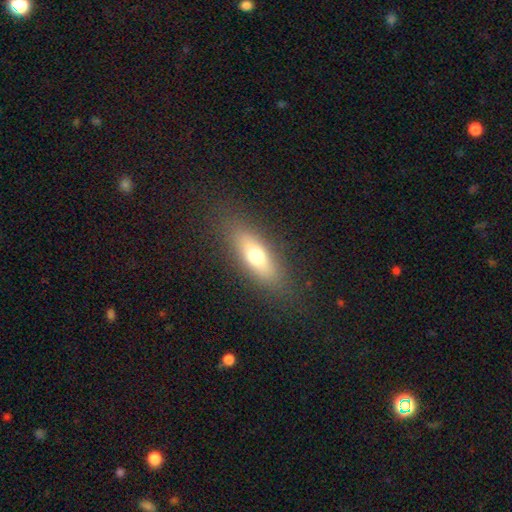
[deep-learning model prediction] A smooth galaxy with no disk features (64%) that is in between round and cigar-shaped (60%). Merging: none (84%).